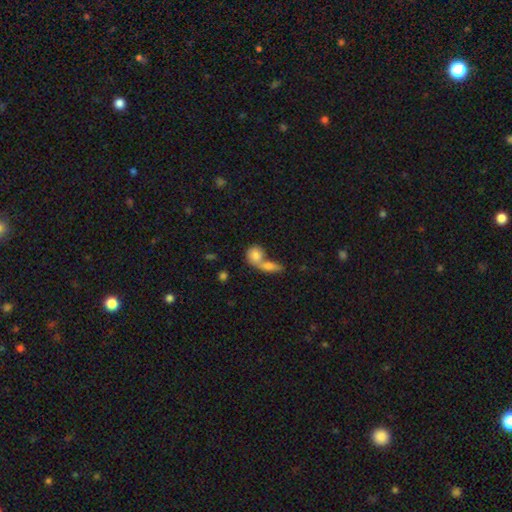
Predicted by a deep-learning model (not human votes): Overall: smooth (75%). How rounded: round (58%; in between 38%). Merging: merger (65%; none 25%).